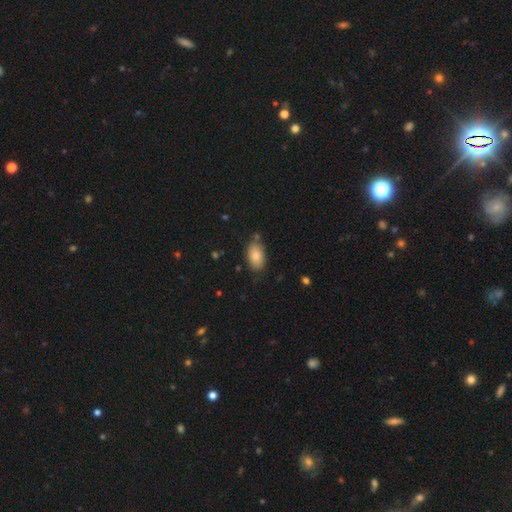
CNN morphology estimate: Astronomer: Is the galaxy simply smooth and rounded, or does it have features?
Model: smooth — 84%.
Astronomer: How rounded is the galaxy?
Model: in between — 93%.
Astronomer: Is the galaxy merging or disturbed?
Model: none — 78%.